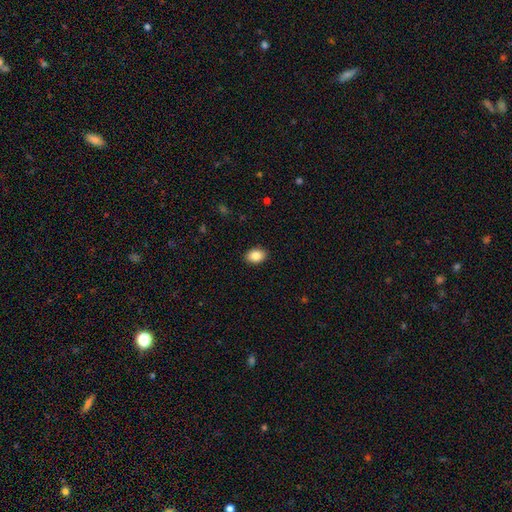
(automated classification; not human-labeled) This appears to be a smooth galaxy with no disk features (86%) that is in between round and cigar-shaped (76%). Merging: none (90%).